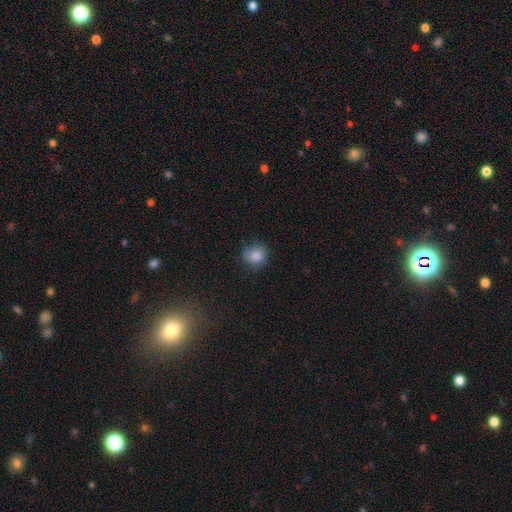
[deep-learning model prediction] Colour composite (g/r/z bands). It shows a smooth galaxy with no disk features (86%) that is round (82%). Merging: none (74%).